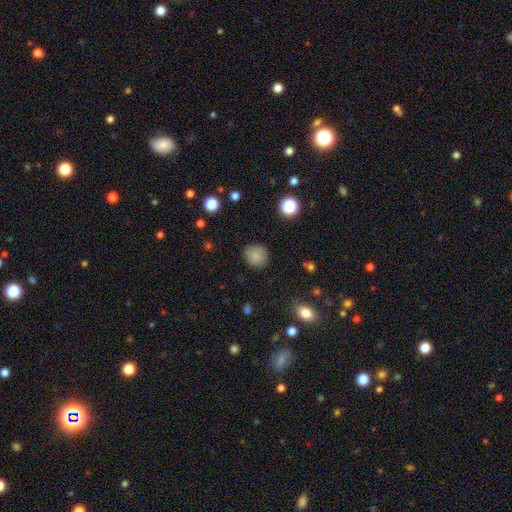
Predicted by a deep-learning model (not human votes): This appears to be a smooth galaxy with no disk features (83%) that is round (85%). Merging: none (85%).